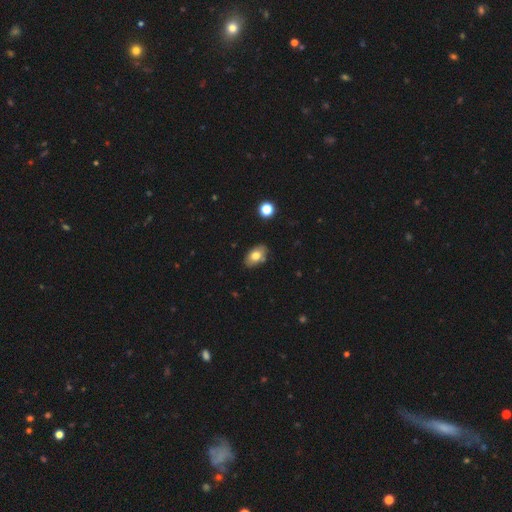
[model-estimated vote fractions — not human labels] Smooth or featured: smooth — 76% (featured or disk — 15%)
How rounded: in between — 89% (round — 10%)
Merging: none — 80% (minor disturbance — 14%)